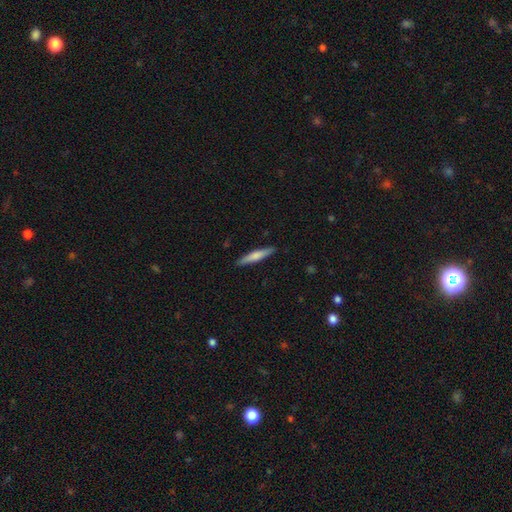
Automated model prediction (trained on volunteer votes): Morphology: type=smooth (64%); roundness=cigar-shaped (91%); merging=none (90%).